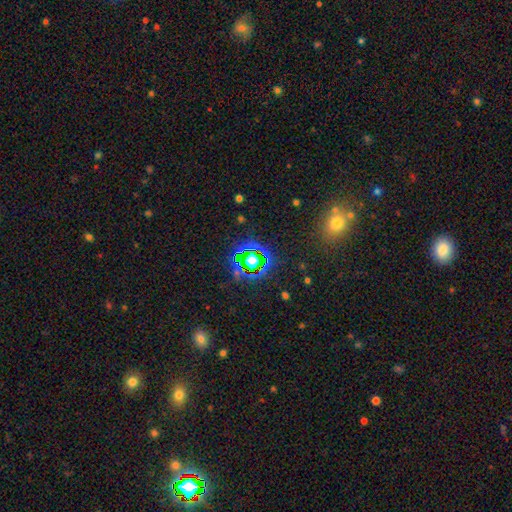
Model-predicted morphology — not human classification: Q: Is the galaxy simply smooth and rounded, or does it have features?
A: star or artifact — 70%.